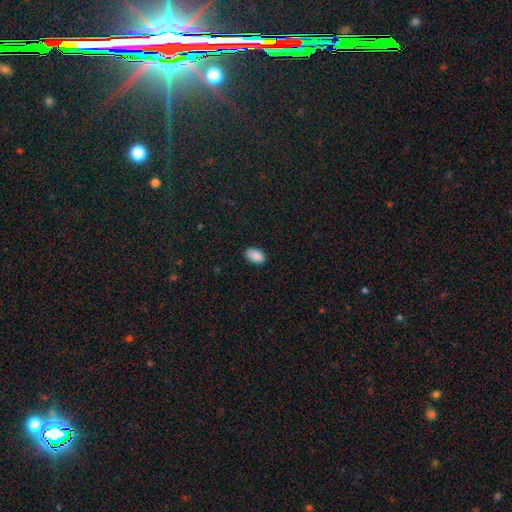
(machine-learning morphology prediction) Smooth or featured?
  - smooth: 89% *
  - star or artifact: 8%
  - featured or disk: 4%
How rounded?
  - in between: 93% *
  - round: 6%
  - cigar-shaped: 1%
Merging?
  - none: 83% *
  - minor disturbance: 14%
  - major disturbance: 2%
  - merger: 1%